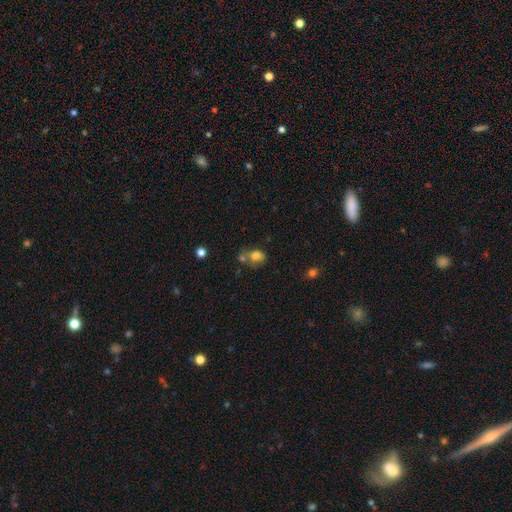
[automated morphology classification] This is likely a smooth galaxy (76%). How rounded: likely in between (63%). Merging: marginally none (39%).